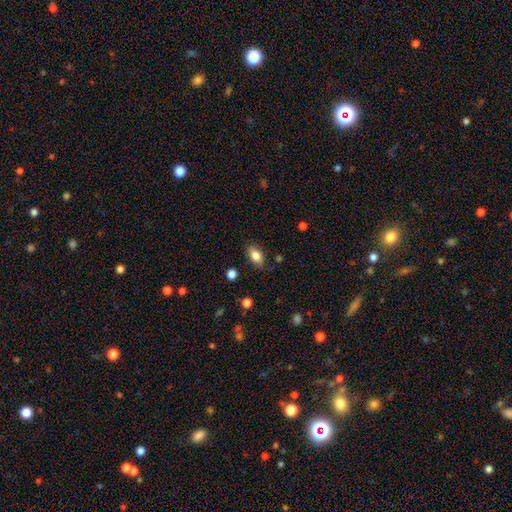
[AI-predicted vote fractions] This appears to be a smooth galaxy with no disk features (82%) that is in between round and cigar-shaped (88%). Merging: none (81%).